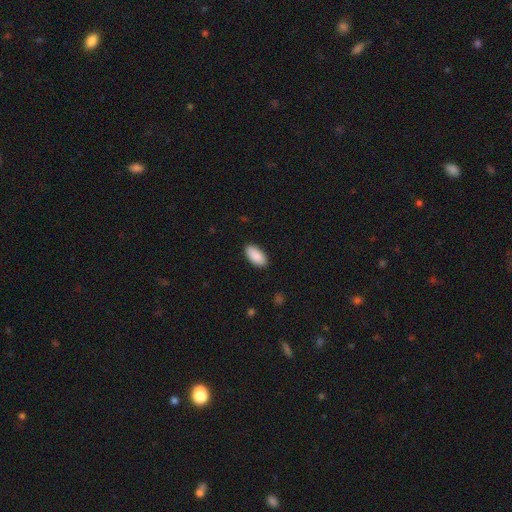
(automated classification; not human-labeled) Smooth or featured?
  - smooth: 91% *
  - star or artifact: 6%
  - featured or disk: 4%
How rounded?
  - in between: 94% *
  - cigar-shaped: 4%
  - round: 2%
Merging?
  - none: 89% *
  - minor disturbance: 8%
  - major disturbance: 2%
  - merger: 1%